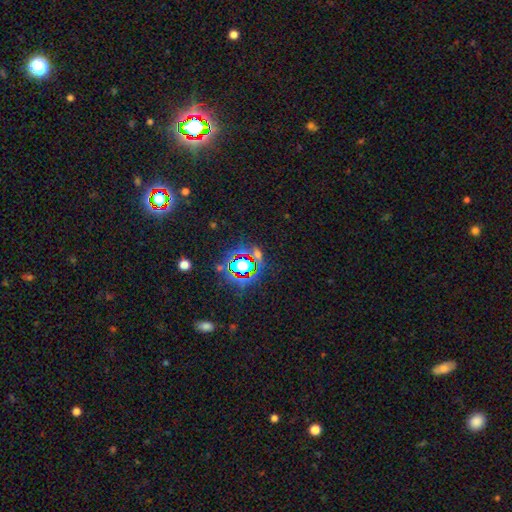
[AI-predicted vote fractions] Smooth or featured? star or artifact (77%)